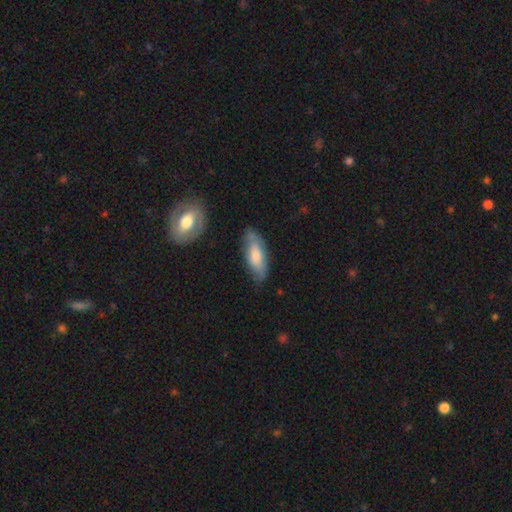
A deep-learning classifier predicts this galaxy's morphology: This is likely a smooth galaxy (61%). How rounded: likely in between (66%). Merging: likely none (71%).